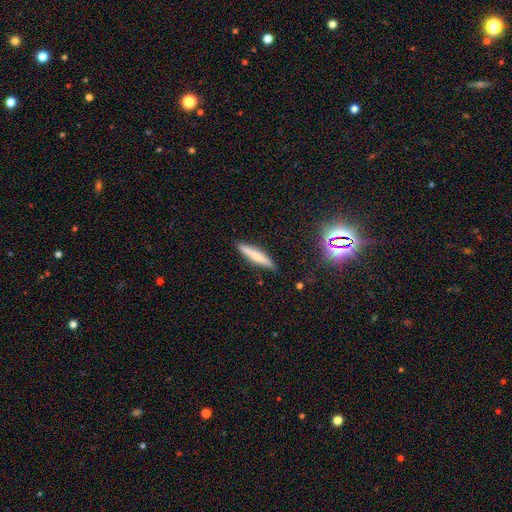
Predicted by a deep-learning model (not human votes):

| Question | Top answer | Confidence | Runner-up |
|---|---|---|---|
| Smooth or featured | smooth | 67% | featured or disk (25%) |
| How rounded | cigar-shaped | 91% | in between (8%) |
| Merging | none | 87% | minor disturbance (9%) |